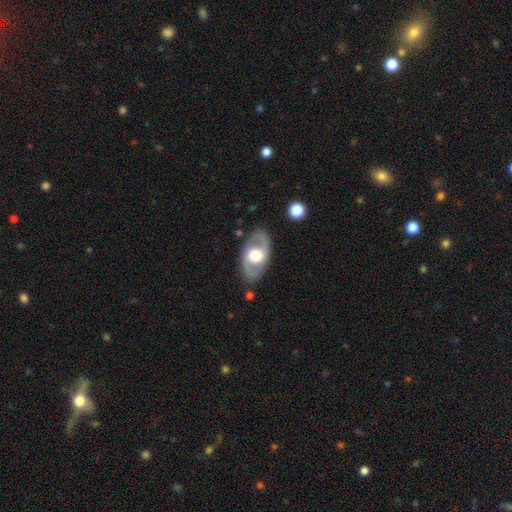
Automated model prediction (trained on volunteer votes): smooth-or-featured: featured or disk: 67% | smooth: 29% | star or artifact: 5%
  disk-edge-on: no: 90% | yes: 10%
    bar: no: 64% | weak: 27% | strong: 9%
    has-spiral-arms: yes: 59% | no: 41%
    bulge-size: moderate: 47% | large: 44% | small: 4% | dominant: 4% | none: 1%
  merging: none: 83% | minor disturbance: 11% | major disturbance: 4% | merger: 2%